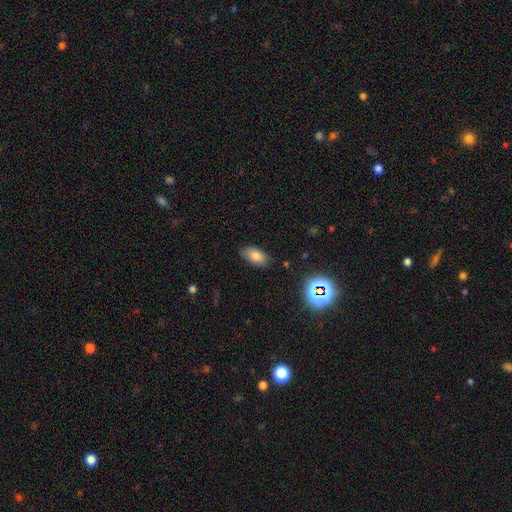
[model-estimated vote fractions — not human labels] Smooth or featured?
  - smooth: 79% *
  - star or artifact: 11%
  - featured or disk: 10%
How rounded?
  - in between: 92% *
  - round: 5%
  - cigar-shaped: 4%
Merging?
  - none: 84% *
  - minor disturbance: 12%
  - major disturbance: 3%
  - merger: 1%